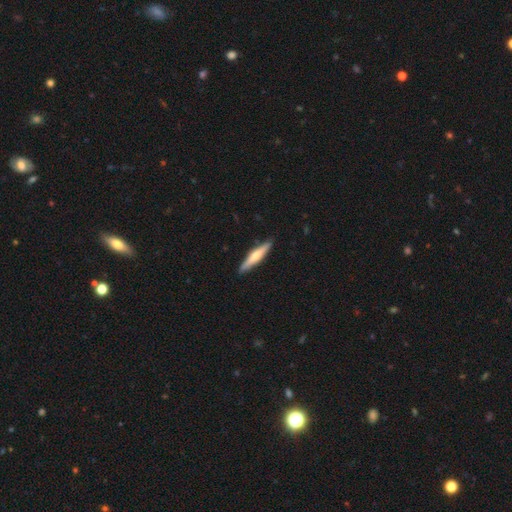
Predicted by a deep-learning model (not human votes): smooth-or-featured: featured or disk: 53% | smooth: 43% | star or artifact: 5%
  disk-edge-on: yes: 96% | no: 4%
    edge-on-bulge: rounded: 81% | none: 10% | boxy: 9%
  merging: none: 90% | minor disturbance: 7% | major disturbance: 1% | merger: 1%